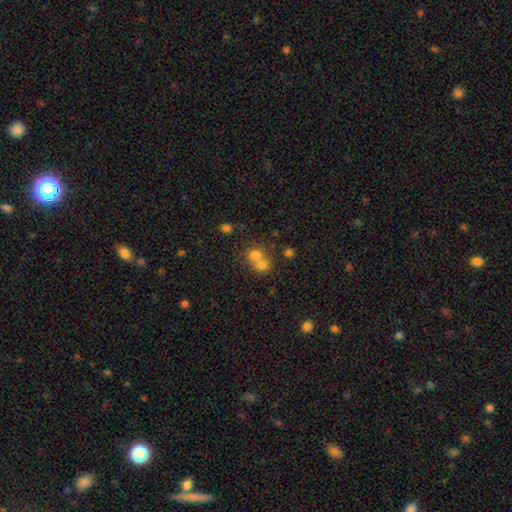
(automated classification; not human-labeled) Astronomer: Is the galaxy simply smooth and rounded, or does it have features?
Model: smooth — 73%.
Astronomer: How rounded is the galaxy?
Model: round — 78%.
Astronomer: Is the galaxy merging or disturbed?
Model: merger — 61%.